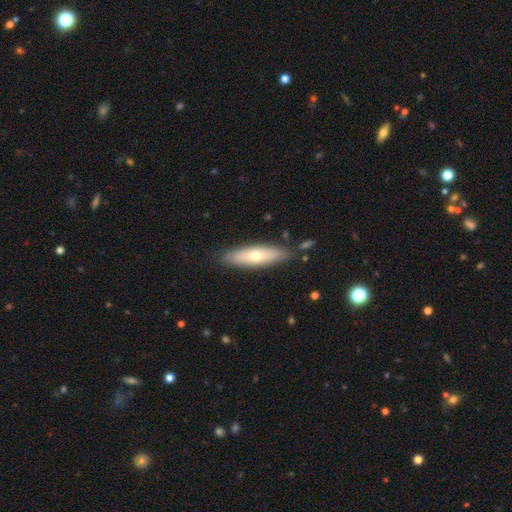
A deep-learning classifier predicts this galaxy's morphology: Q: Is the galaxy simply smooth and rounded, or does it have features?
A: smooth — 58%.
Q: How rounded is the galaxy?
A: cigar-shaped — 63%.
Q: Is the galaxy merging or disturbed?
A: none — 85%.